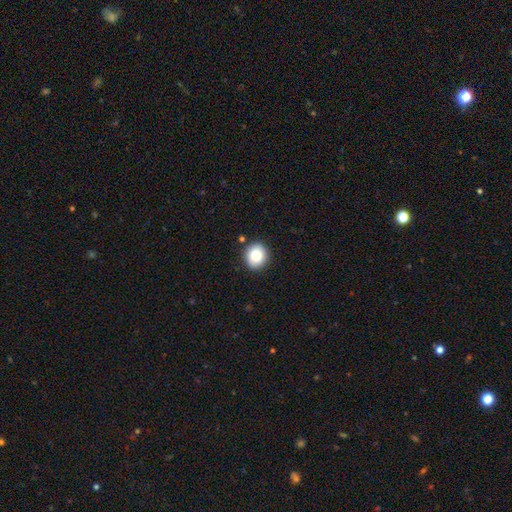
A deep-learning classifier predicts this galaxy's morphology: smooth_or_featured: smooth (p=0.81) [alt: featured or disk p=0.10]
how_rounded: round (p=0.78) [alt: in between p=0.21]
merging: none (p=0.89) [alt: minor disturbance p=0.07]